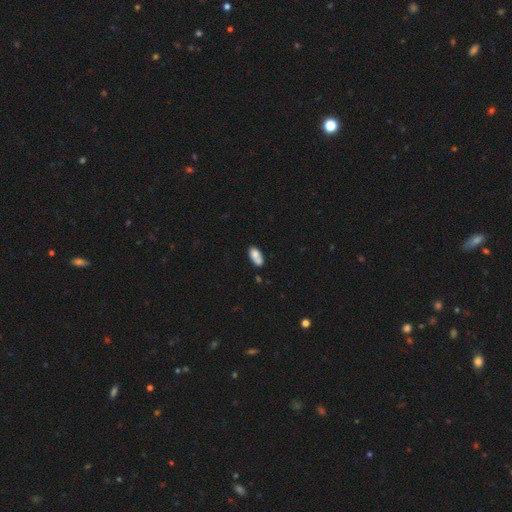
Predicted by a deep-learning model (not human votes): Morphology: type=smooth (75%); roundness=in between (90%); merging=none (47%).